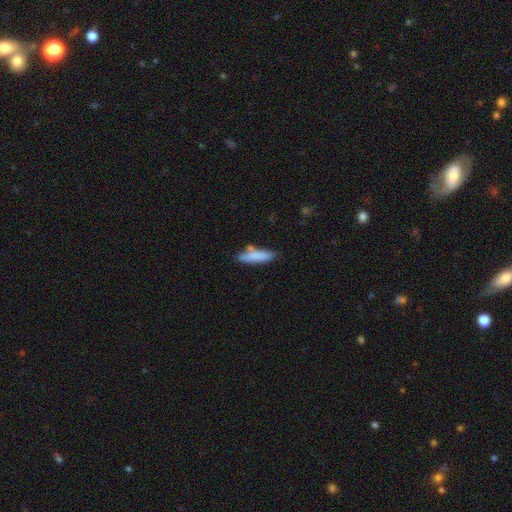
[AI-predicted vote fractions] Smooth or featured? Predicted: smooth (p=0.81). How rounded? Predicted: cigar-shaped (p=0.69). Merging? Predicted: none (p=0.72).